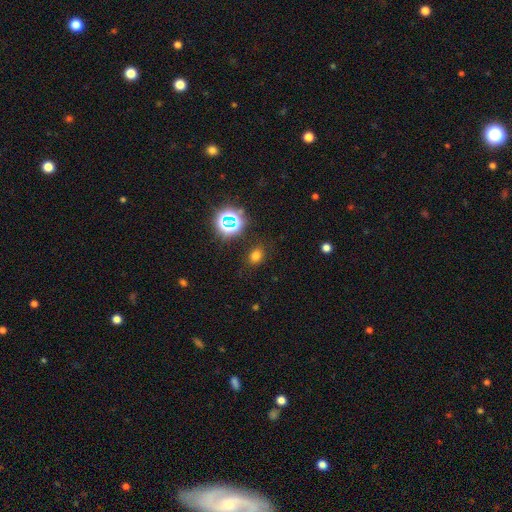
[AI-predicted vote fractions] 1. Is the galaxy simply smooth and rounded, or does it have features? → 70% smooth, 24% star or artifact, 6% featured or disk.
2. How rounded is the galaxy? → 57% in between, 42% round, 1% cigar-shaped.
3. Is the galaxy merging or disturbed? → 84% none, 11% minor disturbance, 4% major disturbance, 2% merger.